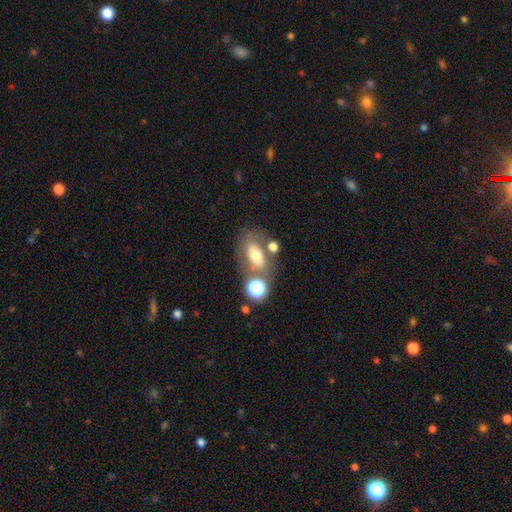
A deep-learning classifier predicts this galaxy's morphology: smooth-or-featured: smooth: 61% | featured or disk: 26% | star or artifact: 13%
  how-rounded: in between: 79% | round: 16% | cigar-shaped: 5%
  merging: none: 54% | merger: 20% | minor disturbance: 16% | major disturbance: 10%